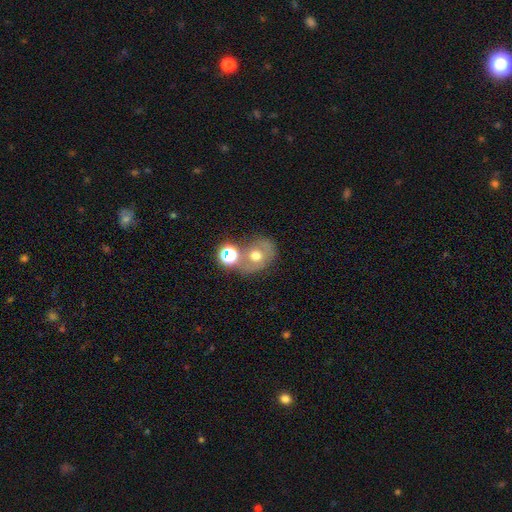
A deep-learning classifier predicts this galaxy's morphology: Smooth or featured?
  - smooth: 47% *
  - featured or disk: 35%
  - star or artifact: 18%
Merging?
  - none: 49% *
  - merger: 29%
  - minor disturbance: 14%
  - major disturbance: 8%